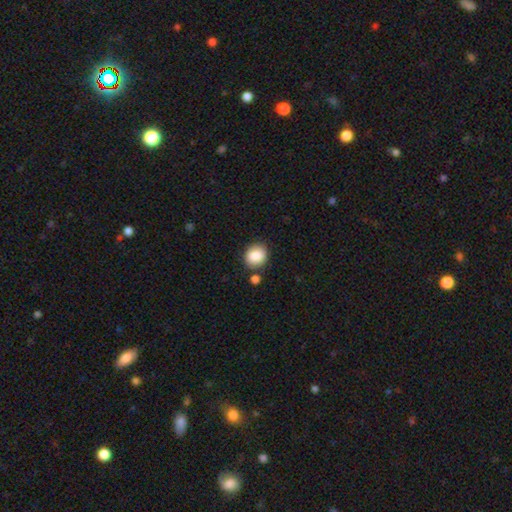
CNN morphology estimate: The model was most divided on "how rounded": round: 71%, in between: 28%, cigar-shaped: 1%. More confident: smooth or featured — smooth (87%); merging — none (80%).